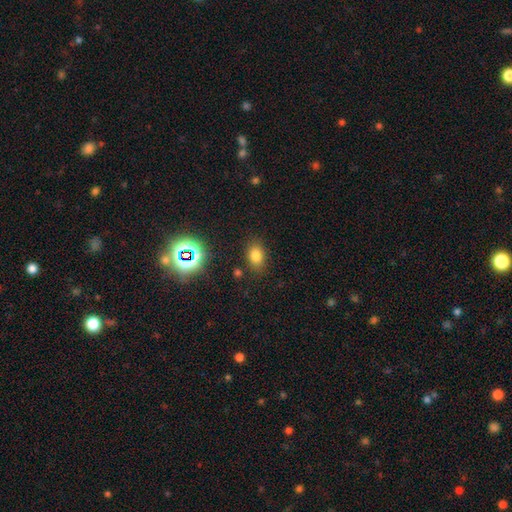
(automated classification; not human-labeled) Q: Smooth or featured?
A: smooth (76%); runner-up: star or artifact (17%)
Q: How rounded?
A: in between (76%); runner-up: round (23%)
Q: Merging?
A: none (83%); runner-up: minor disturbance (11%)